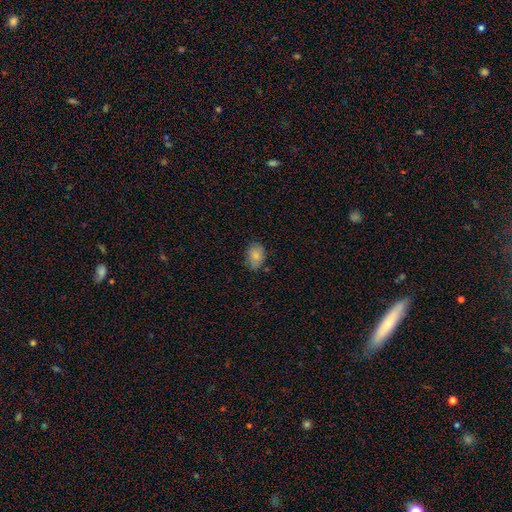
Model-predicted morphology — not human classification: The model was most divided on "how rounded": in between: 75%, round: 24%, cigar-shaped: 1%. More confident: smooth or featured — smooth (85%); merging — none (75%).